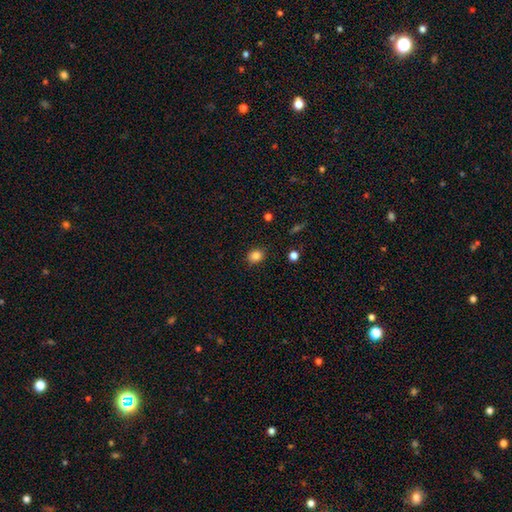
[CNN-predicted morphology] Smooth or featured?
  - smooth: 85% *
  - star or artifact: 11%
  - featured or disk: 4%
How rounded?
  - round: 64% *
  - in between: 35%
  - cigar-shaped: 1%
Merging?
  - none: 87% *
  - minor disturbance: 9%
  - major disturbance: 2%
  - merger: 1%